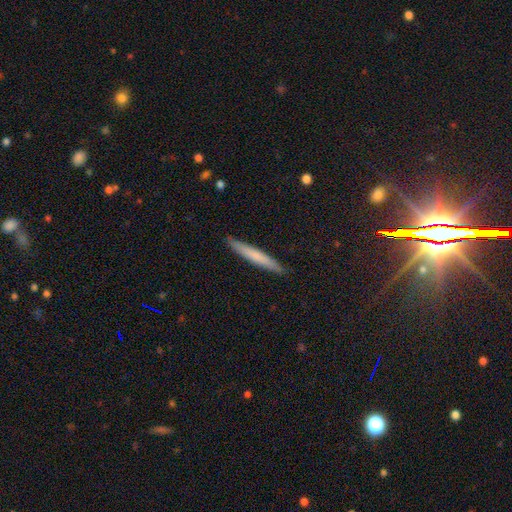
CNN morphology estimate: This is likely a smooth galaxy (66%). How rounded: clearly cigar-shaped (96%). Merging: clearly none (90%).